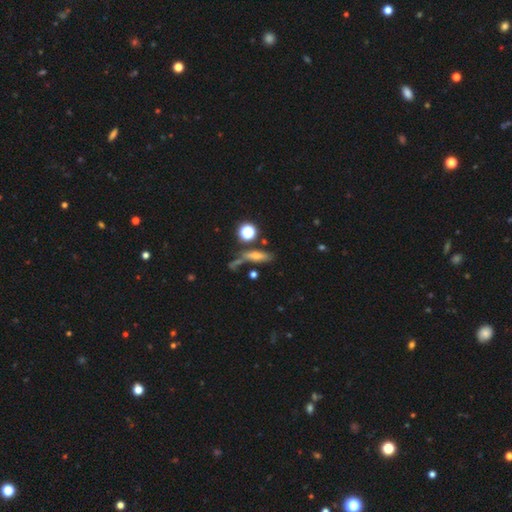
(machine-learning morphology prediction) This appears to be a smooth galaxy with no disk features (57%) that is cigar-shaped (53%). Merging: none (58%).